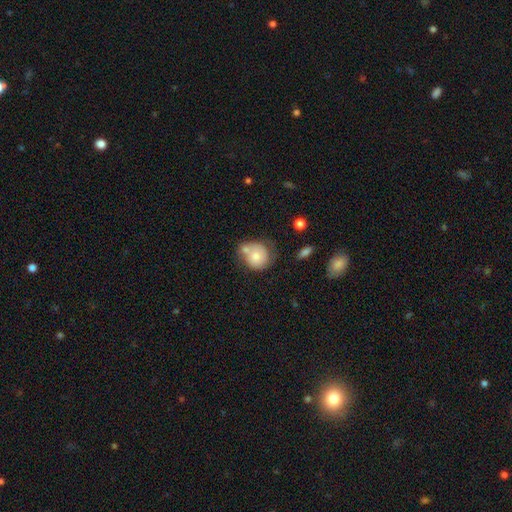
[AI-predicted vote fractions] The model was most divided on "merging": merger: 38%, none: 36%, minor disturbance: 19%, major disturbance: 8%. More confident: how rounded — round (80%); smooth or featured — smooth (69%).